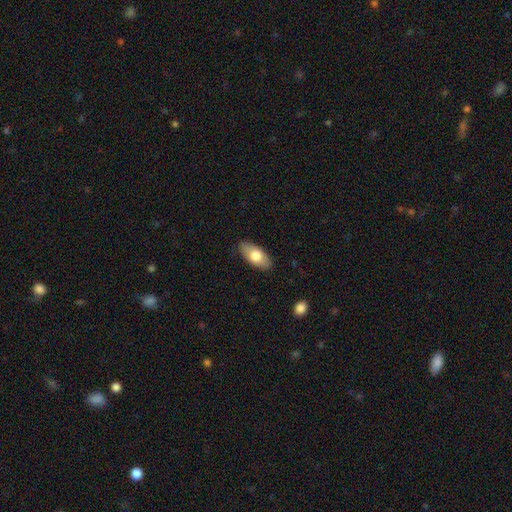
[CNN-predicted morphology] Q: Smooth or featured?
A: smooth (76%); runner-up: featured or disk (19%)
Q: How rounded?
A: in between (90%); runner-up: cigar-shaped (7%)
Q: Merging?
A: none (86%); runner-up: minor disturbance (10%)